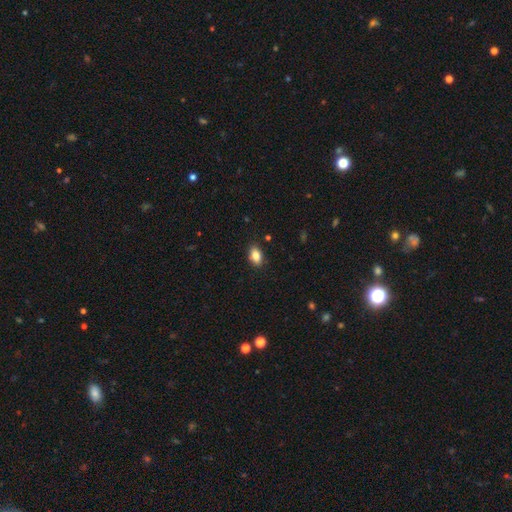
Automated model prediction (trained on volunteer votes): Smooth or featured? smooth (86%)
How rounded? in between (88%)
Merging? none (86%)